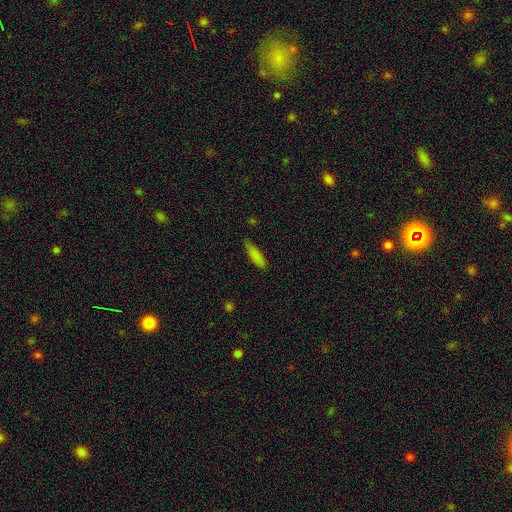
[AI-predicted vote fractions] Smooth or featured?
  - smooth: 83% *
  - star or artifact: 9%
  - featured or disk: 8%
How rounded?
  - cigar-shaped: 65% *
  - in between: 33%
  - round: 2%
Merging?
  - none: 80% *
  - minor disturbance: 16%
  - major disturbance: 3%
  - merger: 2%